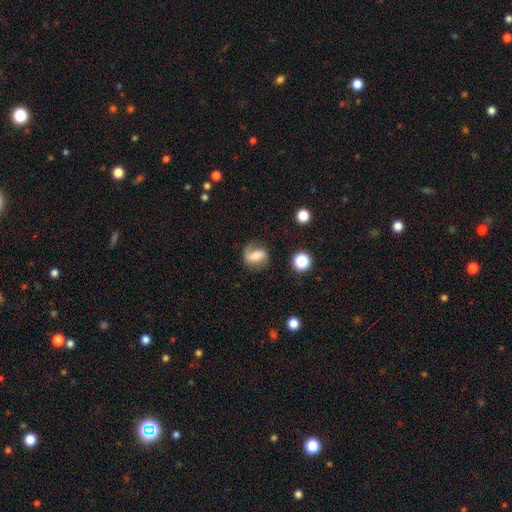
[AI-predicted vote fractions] A featured or disk galaxy (53%) with a weak bar (40%), spiral arms (86%) and a moderate central bulge (39%). Merging: none (62%).